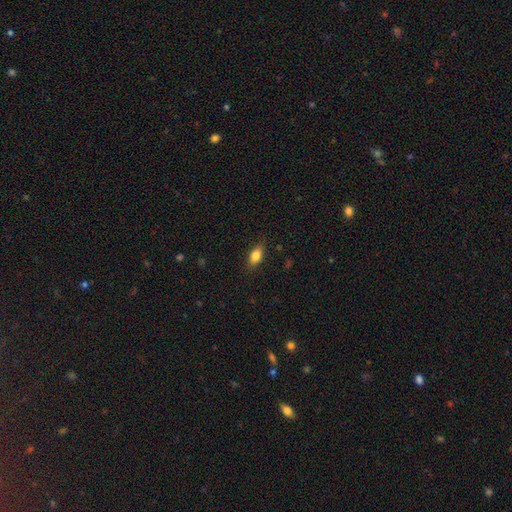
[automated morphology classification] Q: Smooth or featured?
A: smooth (80%); runner-up: featured or disk (13%)
Q: How rounded?
A: in between (84%); runner-up: cigar-shaped (10%)
Q: Merging?
A: none (85%); runner-up: minor disturbance (12%)